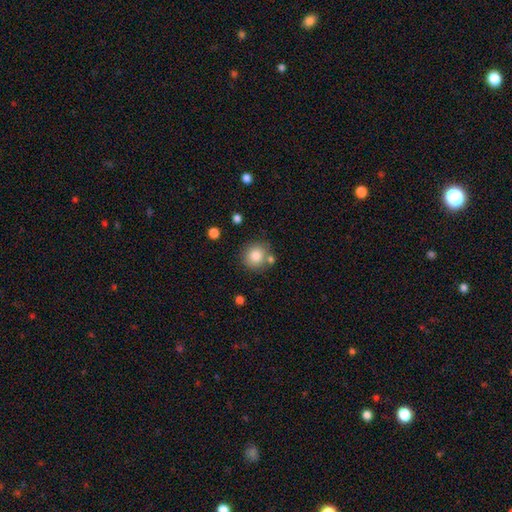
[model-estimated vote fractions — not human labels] Q: Smooth or featured?
A: smooth (83%); runner-up: star or artifact (10%)
Q: How rounded?
A: round (90%); runner-up: in between (9%)
Q: Merging?
A: none (76%); runner-up: merger (11%)